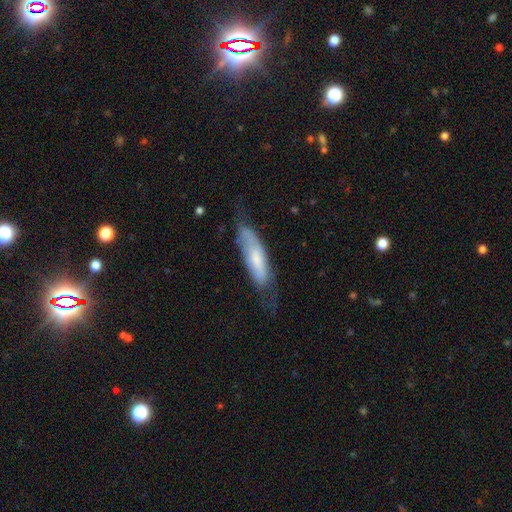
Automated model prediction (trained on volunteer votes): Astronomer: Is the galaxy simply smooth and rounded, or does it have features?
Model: smooth — 49% (runner-up: featured or disk, 44%).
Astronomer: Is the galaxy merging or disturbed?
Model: none — 52% (runner-up: minor disturbance, 31%).